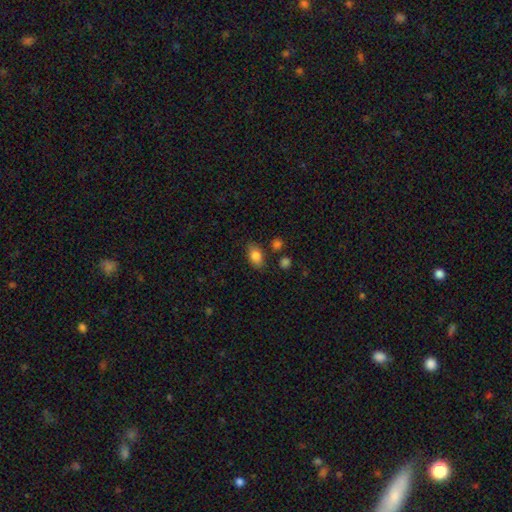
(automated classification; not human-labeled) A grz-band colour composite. It shows a smooth galaxy with no disk features (83%) that is in between round and cigar-shaped (86%). Merging: none (77%).